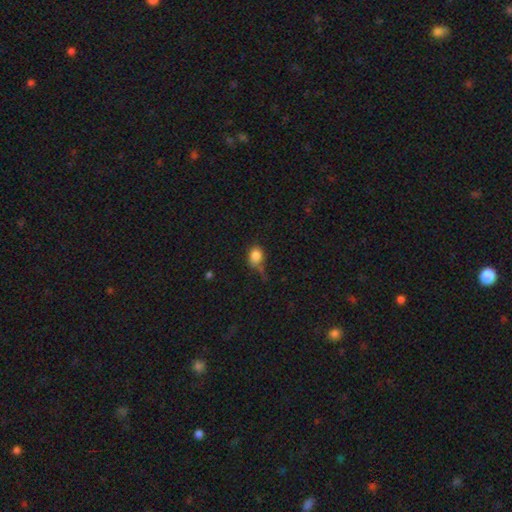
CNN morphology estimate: This is clearly a smooth galaxy (84%). How rounded: possibly in between (53%). Merging: possibly none (57%).